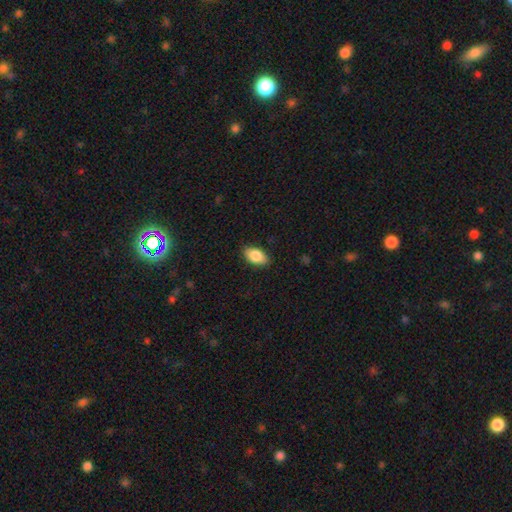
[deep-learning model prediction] This appears to be a smooth galaxy with no disk features (85%) that is in between round and cigar-shaped (92%). Merging: none (86%).